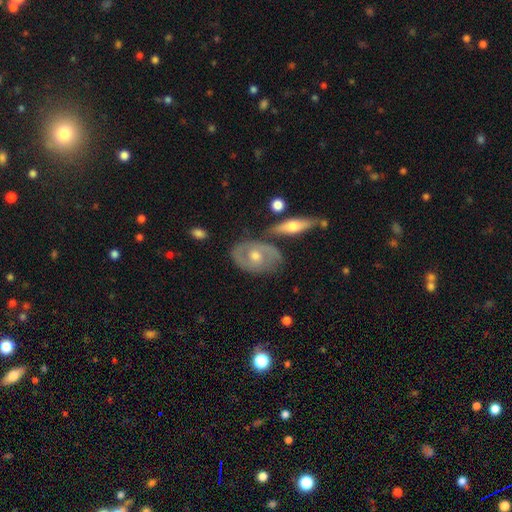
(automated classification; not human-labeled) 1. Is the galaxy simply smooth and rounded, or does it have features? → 71% featured or disk, 22% smooth, 6% star or artifact.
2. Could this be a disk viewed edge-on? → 89% no, 11% yes.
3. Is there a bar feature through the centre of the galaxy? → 70% no, 24% weak, 6% strong.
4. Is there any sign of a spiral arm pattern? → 70% yes, 30% no.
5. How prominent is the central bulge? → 68% moderate, 25% small, 4% large, 1% none, 1% dominant.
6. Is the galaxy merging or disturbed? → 68% none, 17% minor disturbance, 9% merger, 6% major disturbance.